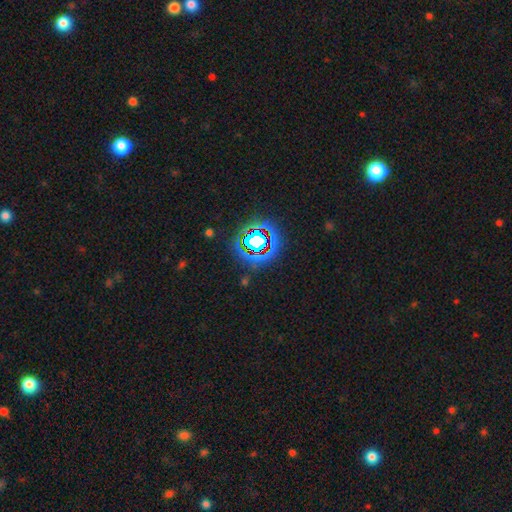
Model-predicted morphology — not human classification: Smooth or featured?
  - star or artifact: 78% *
  - smooth: 13%
  - featured or disk: 9%